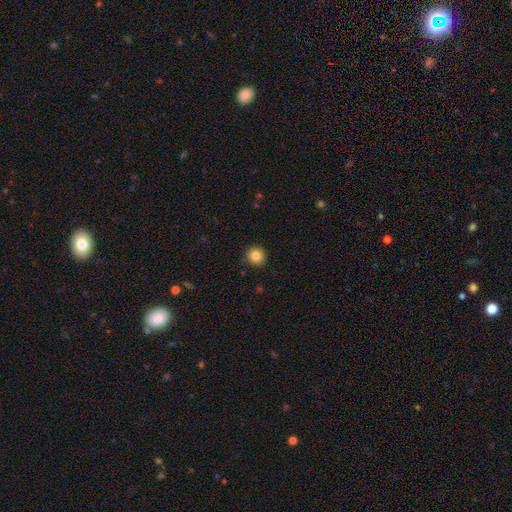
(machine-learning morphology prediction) smooth 84%, star or artifact 11%, featured or disk 6%. Down the decision tree: how rounded — round (93%); merging — none (90%).